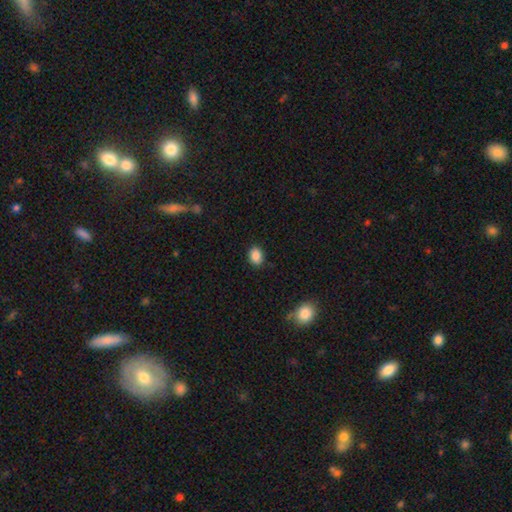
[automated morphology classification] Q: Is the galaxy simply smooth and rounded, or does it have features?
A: smooth — 87%.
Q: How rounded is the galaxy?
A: in between — 67%.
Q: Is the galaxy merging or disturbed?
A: none — 87%.